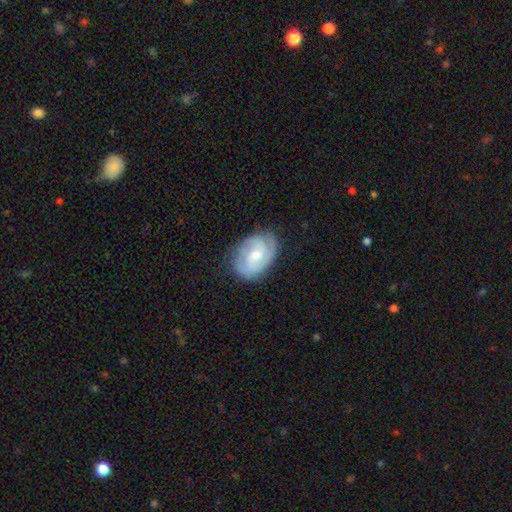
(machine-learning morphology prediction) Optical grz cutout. It shows a featured or disk galaxy (74%) with a weak bar (46%), 2 (41%) tight (47%) spiral arms (94%) and a moderate central bulge (49%). Merging: none (74%).